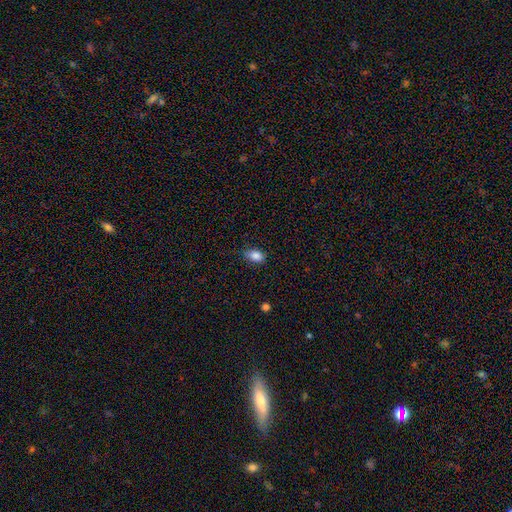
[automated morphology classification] smooth-or-featured: smooth: 86% | star or artifact: 9% | featured or disk: 5%
  how-rounded: in between: 83% | round: 15% | cigar-shaped: 2%
  merging: none: 75% | minor disturbance: 21% | major disturbance: 3% | merger: 1%